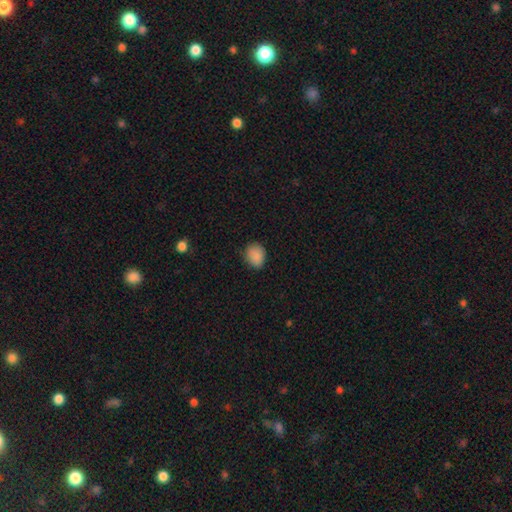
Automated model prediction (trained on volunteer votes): Smooth or featured? smooth (87%)
How rounded? round (56%)
Merging? none (80%)